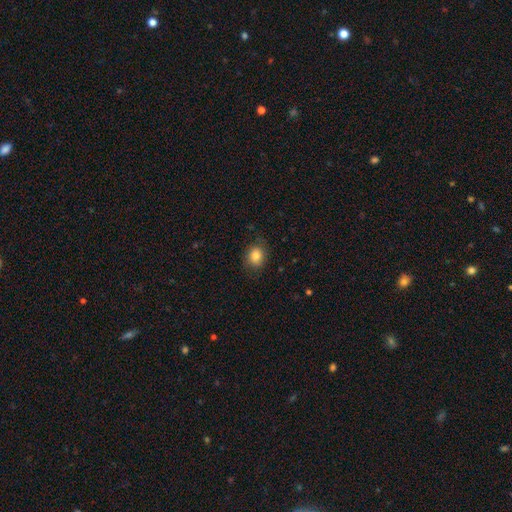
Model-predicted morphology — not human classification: This is clearly a smooth galaxy (84%). How rounded: possibly round (59%). Merging: clearly none (80%).